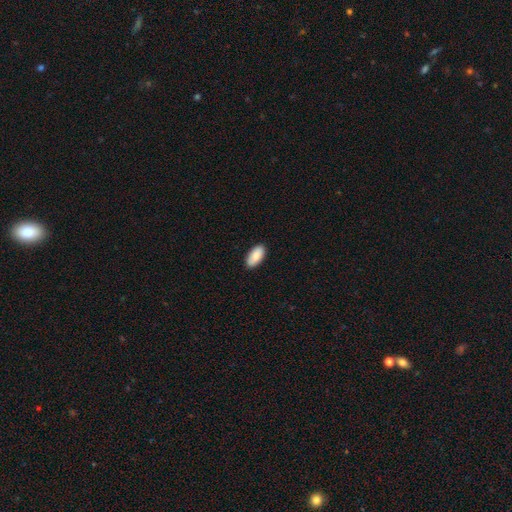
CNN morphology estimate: smooth_or_featured: smooth (p=0.88) [alt: featured or disk p=0.06]
how_rounded: in between (p=0.94) [alt: cigar-shaped p=0.04]
merging: none (p=0.90) [alt: minor disturbance p=0.08]